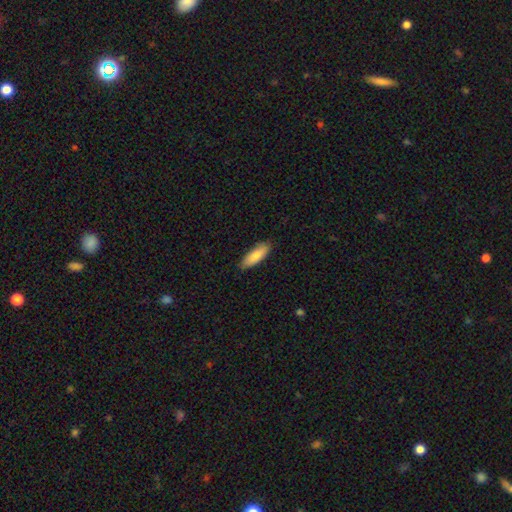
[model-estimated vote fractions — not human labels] Morphology: type=smooth (83%); roundness=in between (59%); merging=none (86%).